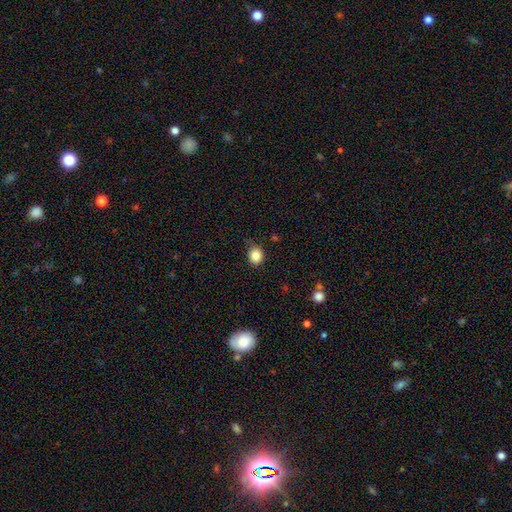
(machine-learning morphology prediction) A smooth galaxy with no disk features (83%) that is round (77%).

Vote fractions:
- Smooth or featured? smooth: 83% / star or artifact: 11% / featured or disk: 6%
- How rounded? round: 77% / in between: 22% / cigar-shaped: 1%
- Merging? none: 79% / minor disturbance: 17% / major disturbance: 3% / merger: 2%